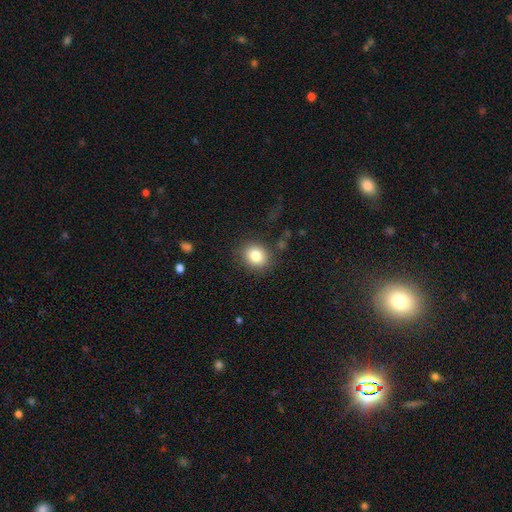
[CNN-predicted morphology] Overall: smooth (82%). How rounded: round (74%). Merging: none (83%).